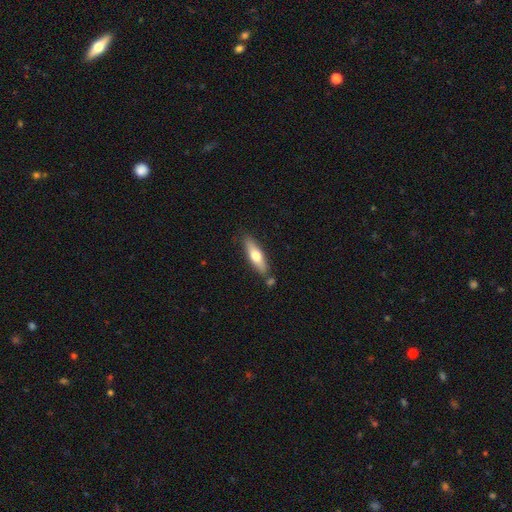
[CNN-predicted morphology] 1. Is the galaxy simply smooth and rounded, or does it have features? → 58% smooth, 36% featured or disk, 5% star or artifact.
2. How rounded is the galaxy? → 64% cigar-shaped, 34% in between, 2% round.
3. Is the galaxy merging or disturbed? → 77% none, 13% minor disturbance, 7% merger, 3% major disturbance.